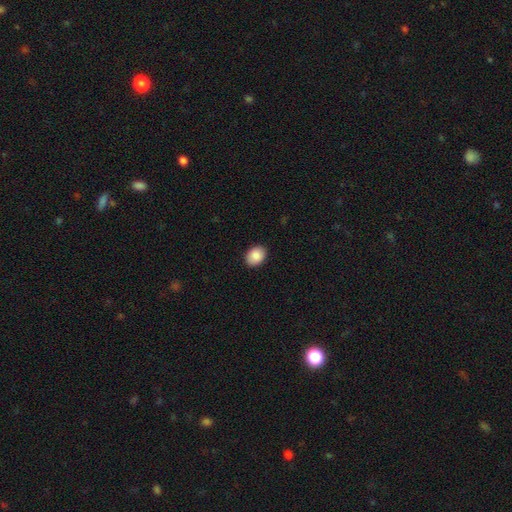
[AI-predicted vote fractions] Q: Smooth or featured?
A: smooth (89%); runner-up: star or artifact (7%)
Q: How rounded?
A: in between (61%); runner-up: round (38%)
Q: Merging?
A: none (90%); runner-up: minor disturbance (7%)